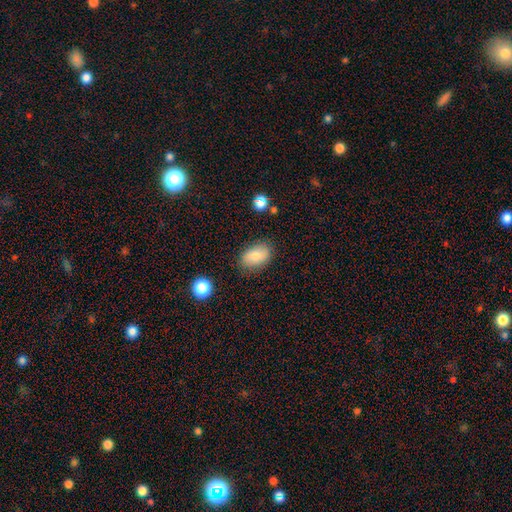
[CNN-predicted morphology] Q: Smooth or featured?
A: smooth (82%); runner-up: featured or disk (10%)
Q: How rounded?
A: in between (90%); runner-up: round (8%)
Q: Merging?
A: none (81%); runner-up: minor disturbance (14%)